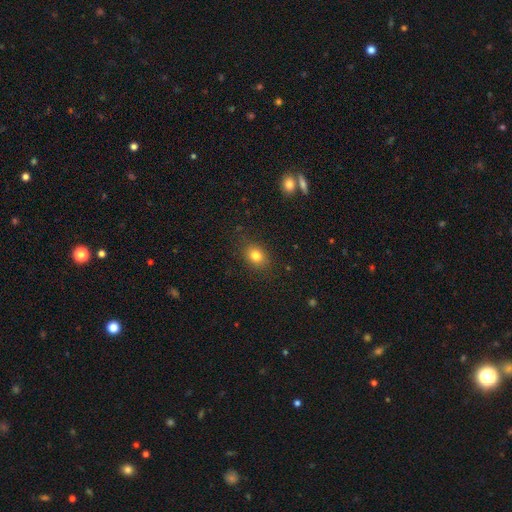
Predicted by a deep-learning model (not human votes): A smooth galaxy with no disk features (80%) that is in between round and cigar-shaped (53%). Merging: none (85%).